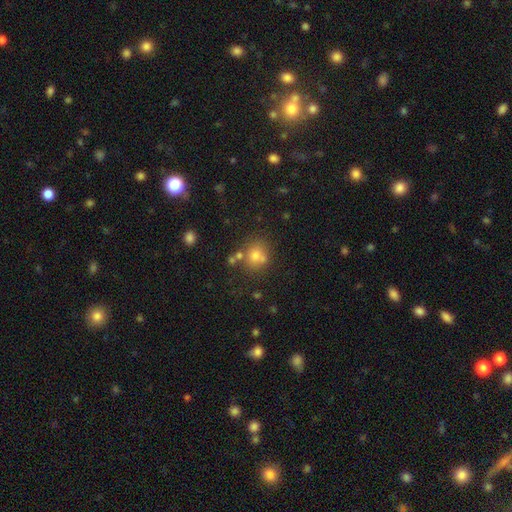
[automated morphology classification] The model was most divided on "merging": none: 63%, merger: 20%, minor disturbance: 13%, major disturbance: 5%. More confident: how rounded — round (80%); smooth or featured — smooth (70%).